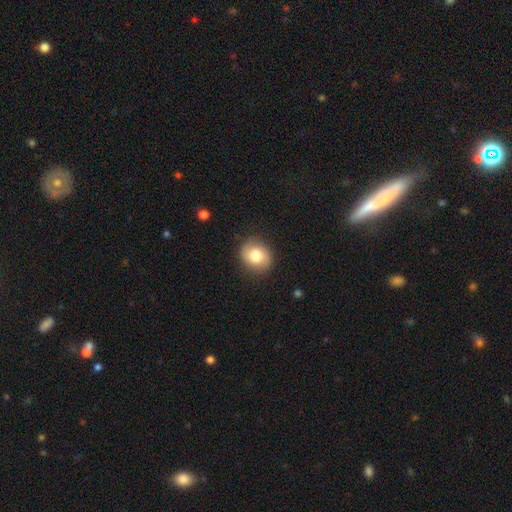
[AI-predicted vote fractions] Smooth or featured: smooth — 78% (featured or disk — 15%)
How rounded: round — 72% (in between — 28%)
Merging: none — 85% (minor disturbance — 11%)